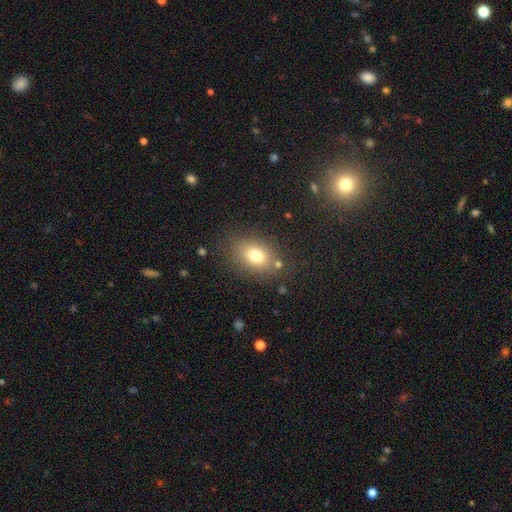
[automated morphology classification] Smooth or featured: smooth — 77% (featured or disk — 12%)
How rounded: in between — 71% (round — 28%)
Merging: none — 78% (minor disturbance — 12%)